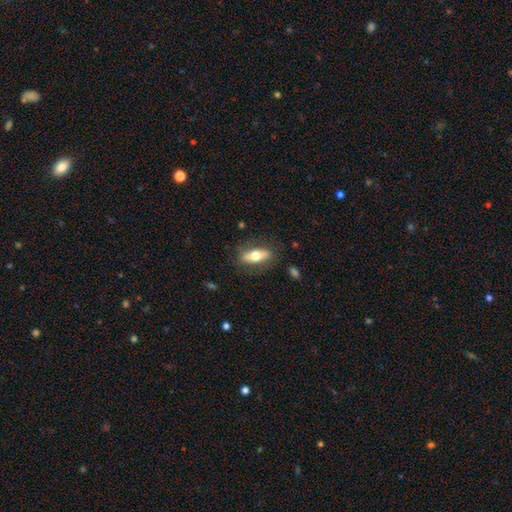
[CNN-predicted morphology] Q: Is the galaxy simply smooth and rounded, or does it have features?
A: smooth — 59%.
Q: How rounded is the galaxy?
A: in between — 69%.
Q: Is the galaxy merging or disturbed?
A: none — 81%.